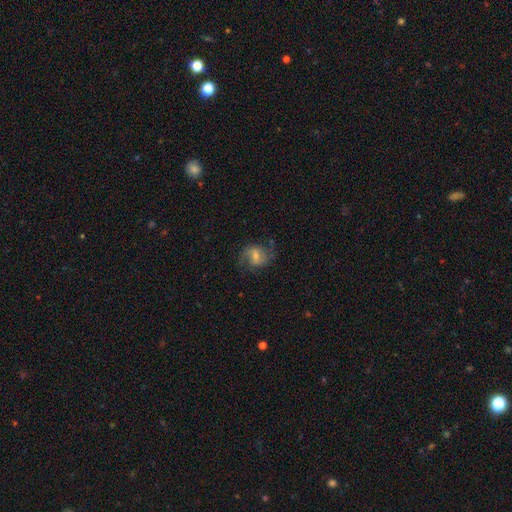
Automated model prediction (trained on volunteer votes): Smooth or featured? Predicted: featured or disk (p=0.68). Edge-on disk? Predicted: no (p=0.97). Bar? Predicted: weak (p=0.50). Spiral arms? Predicted: yes (p=0.92). Spiral winding? Predicted: medium (p=0.48). Spiral arm count? Predicted: 2 (p=0.84). Bulge size? Predicted: moderate (p=0.45). Merging? Predicted: none (p=0.67).